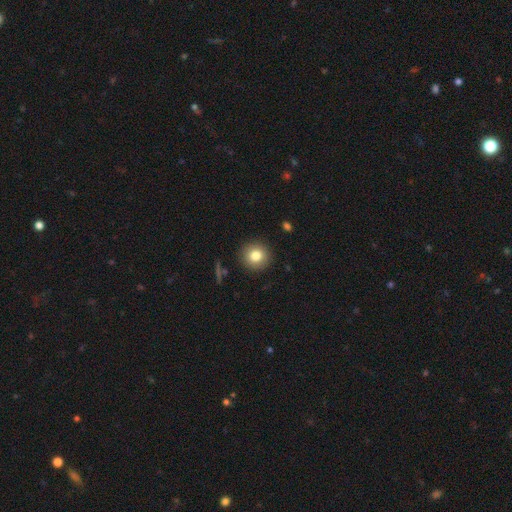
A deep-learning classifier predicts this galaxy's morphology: Smooth or featured?
  - smooth: 81% *
  - star or artifact: 10%
  - featured or disk: 9%
How rounded?
  - round: 94% *
  - in between: 5%
  - cigar-shaped: 1%
Merging?
  - none: 91% *
  - minor disturbance: 6%
  - major disturbance: 2%
  - merger: 1%